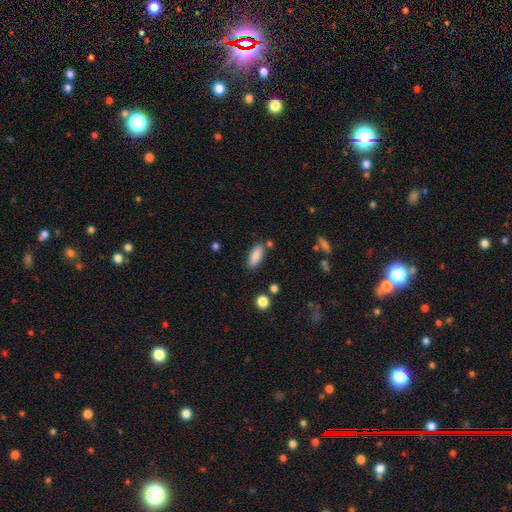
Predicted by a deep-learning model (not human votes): smooth 86%, star or artifact 7%, featured or disk 7%. Down the decision tree: how rounded — in between (76%); merging — none (82%).